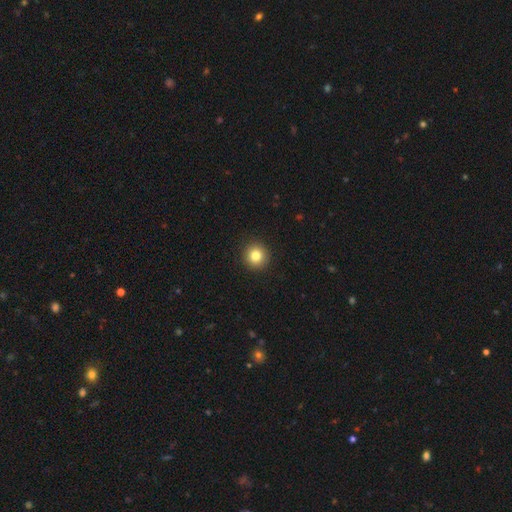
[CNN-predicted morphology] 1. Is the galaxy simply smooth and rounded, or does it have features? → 82% smooth, 10% star or artifact, 7% featured or disk.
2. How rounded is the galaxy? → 94% round, 5% in between, 1% cigar-shaped.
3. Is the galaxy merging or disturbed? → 93% none, 5% minor disturbance, 2% major disturbance, 1% merger.